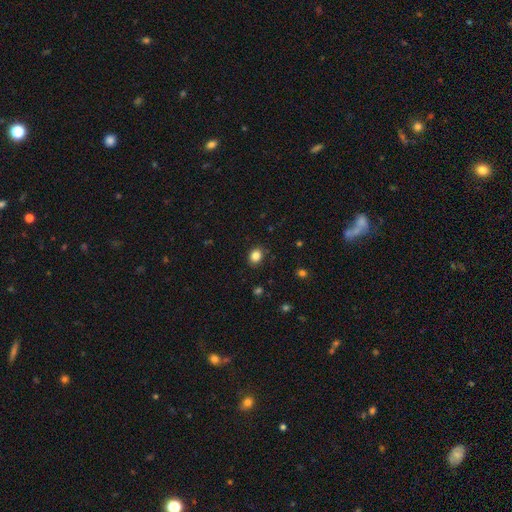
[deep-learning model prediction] smooth 85%, star or artifact 11%, featured or disk 5%. Down the decision tree: how rounded — round (51%); merging — none (86%).